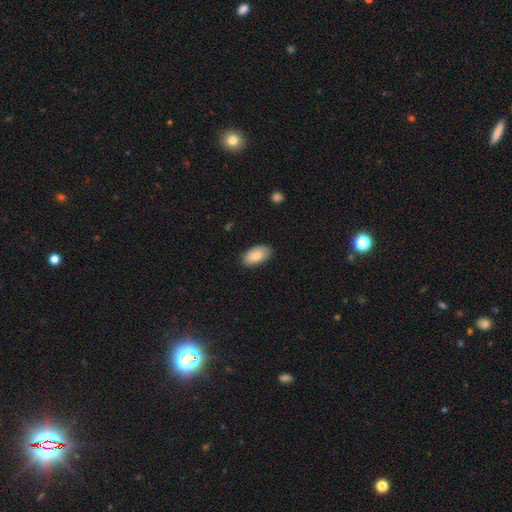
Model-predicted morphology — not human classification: This is clearly a smooth galaxy (84%). How rounded: clearly in between (95%). Merging: clearly none (82%).